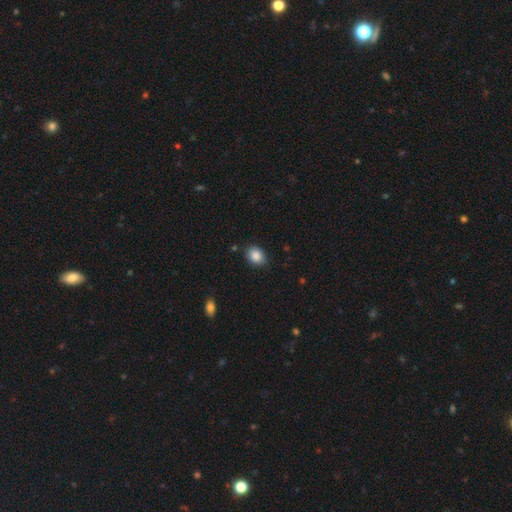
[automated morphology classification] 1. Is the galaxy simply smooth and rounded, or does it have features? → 87% smooth, 8% star or artifact, 5% featured or disk.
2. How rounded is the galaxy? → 66% in between, 33% round, 1% cigar-shaped.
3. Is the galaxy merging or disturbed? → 83% none, 12% minor disturbance, 3% major disturbance, 2% merger.